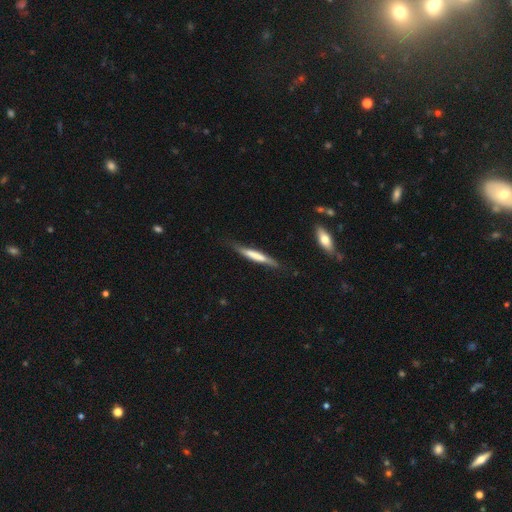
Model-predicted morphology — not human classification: This appears to be a smooth galaxy with no disk features (57%) that is cigar-shaped (93%). Merging: none (75%).